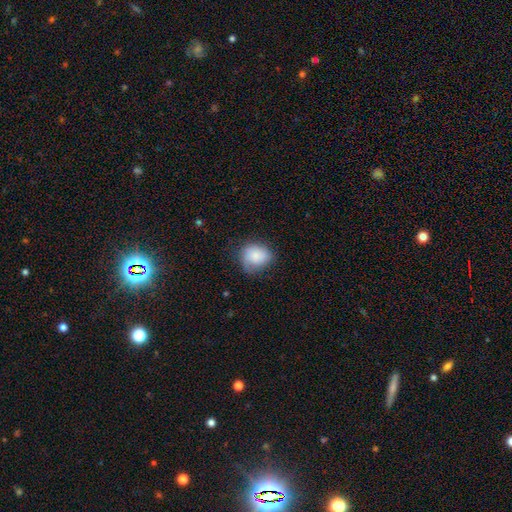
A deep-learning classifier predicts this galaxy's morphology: The model was most divided on "merging": none: 60%, minor disturbance: 29%, major disturbance: 9%, merger: 1%. More confident: smooth or featured — smooth (77%); how rounded — round (66%).